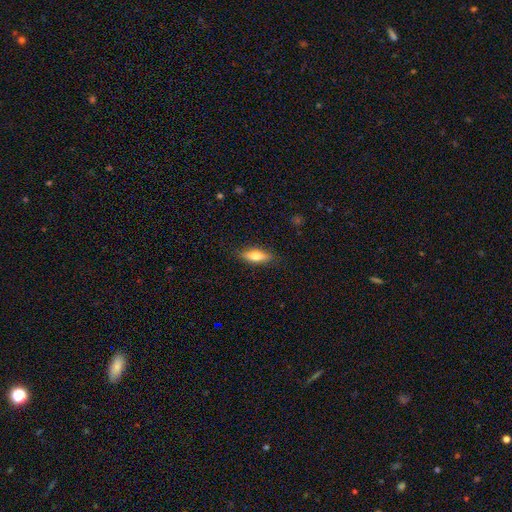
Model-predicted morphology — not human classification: smooth_or_featured: smooth (p=0.68) [alt: featured or disk p=0.26]
how_rounded: in between (p=0.53) [alt: cigar-shaped p=0.44]
merging: none (p=0.86) [alt: minor disturbance p=0.11]